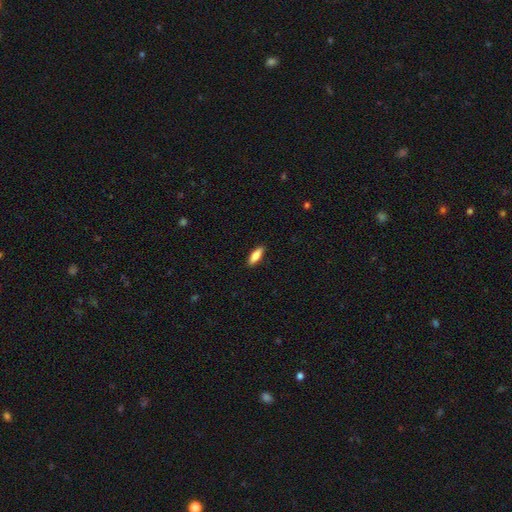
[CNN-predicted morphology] The model was most divided on "how rounded": in between: 63%, cigar-shaped: 35%, round: 2%. More confident: merging — none (89%); smooth or featured — smooth (85%).